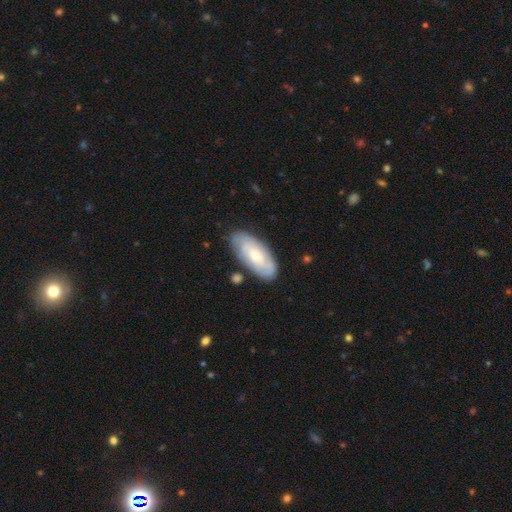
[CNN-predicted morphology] smooth_or_featured: featured or disk (p=0.54) [alt: smooth p=0.40]
disk_edge_on: no (p=0.90) [alt: yes p=0.10]
merging: none (p=0.78) [alt: minor disturbance p=0.15]